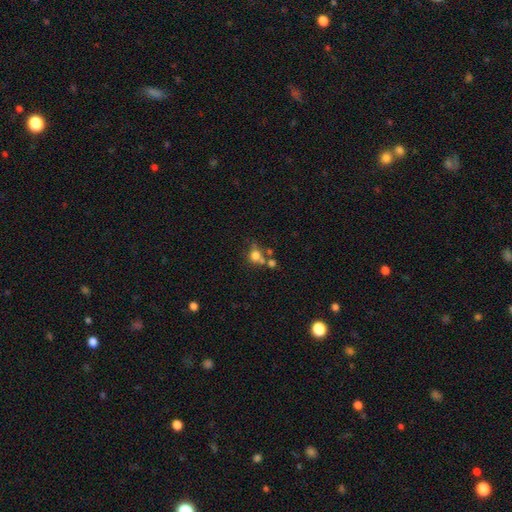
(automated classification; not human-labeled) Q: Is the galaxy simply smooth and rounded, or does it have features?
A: smooth — 72%.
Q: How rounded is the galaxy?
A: round — 77%.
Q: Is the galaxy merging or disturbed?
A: none — 46%.